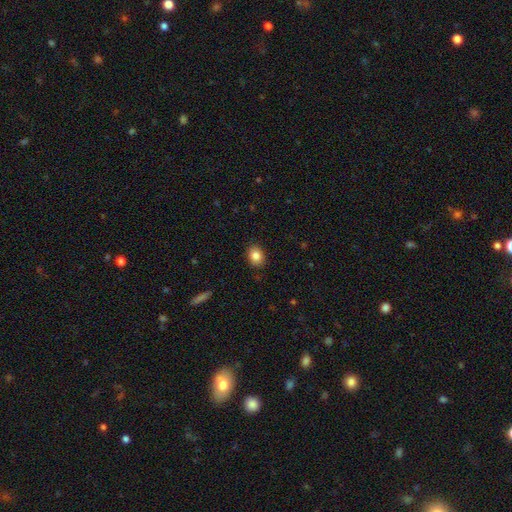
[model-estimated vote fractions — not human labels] This is clearly a smooth galaxy (84%). How rounded: possibly in between (52%). Merging: clearly none (88%).